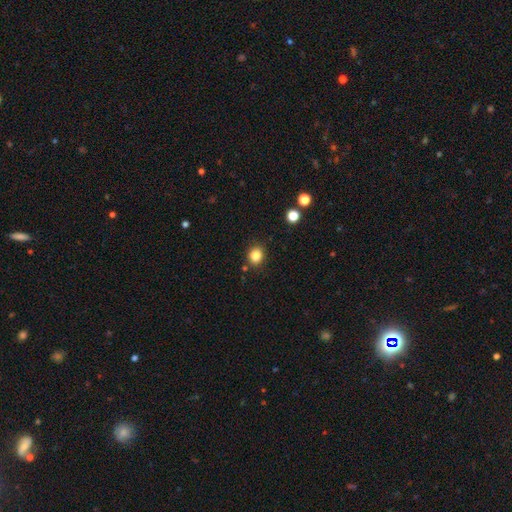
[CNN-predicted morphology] Smooth or featured?
  - smooth: 84% *
  - star or artifact: 11%
  - featured or disk: 5%
How rounded?
  - round: 70% *
  - in between: 29%
  - cigar-shaped: 1%
Merging?
  - none: 85% *
  - minor disturbance: 9%
  - merger: 3%
  - major disturbance: 3%